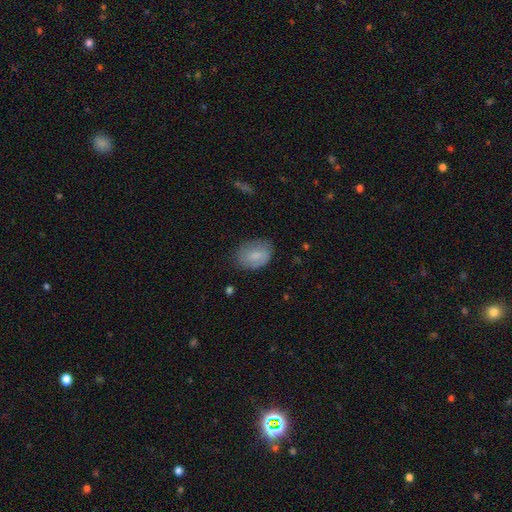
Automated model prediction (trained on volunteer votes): smooth-or-featured: smooth: 72% | featured or disk: 21% | star or artifact: 7%
  how-rounded: in between: 78% | round: 20% | cigar-shaped: 1%
  merging: none: 69% | minor disturbance: 23% | major disturbance: 6% | merger: 1%